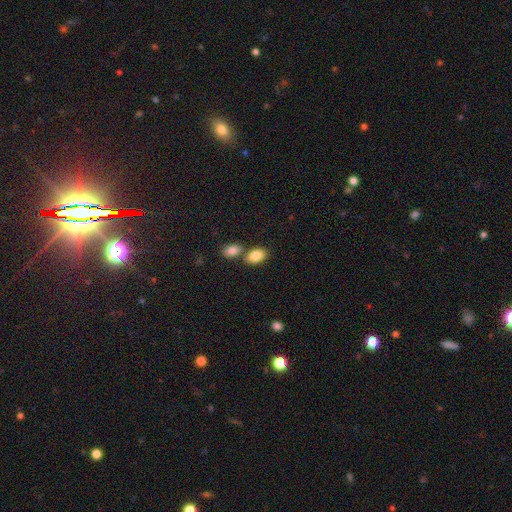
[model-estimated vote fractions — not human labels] Q: Smooth or featured?
A: smooth (84%); runner-up: featured or disk (8%)
Q: How rounded?
A: in between (88%); runner-up: round (10%)
Q: Merging?
A: none (53%); runner-up: merger (34%)